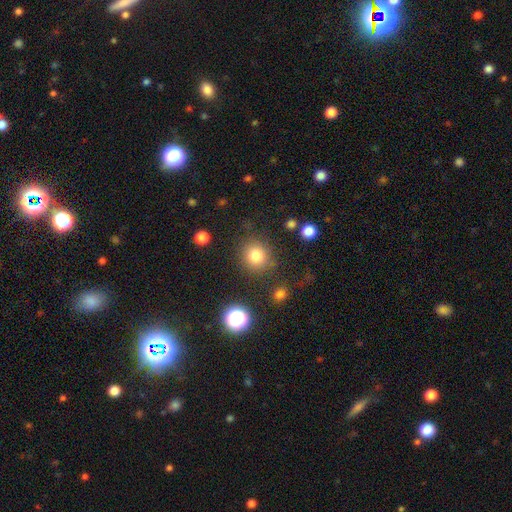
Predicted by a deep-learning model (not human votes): A smooth galaxy with no disk features (81%) that is round (89%).

Vote fractions:
- Smooth or featured? smooth: 81% / star or artifact: 13% / featured or disk: 6%
- How rounded? round: 89% / in between: 10% / cigar-shaped: 1%
- Merging? none: 83% / minor disturbance: 9% / major disturbance: 4% / merger: 4%